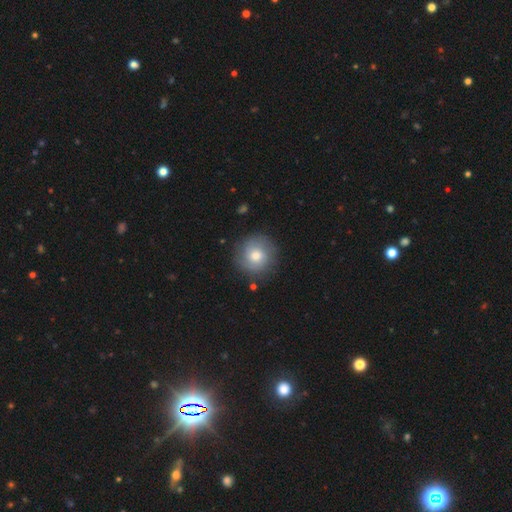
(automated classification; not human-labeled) A smooth galaxy with no disk features (65%) that is round (93%).

Vote fractions:
- Smooth or featured? smooth: 65% / featured or disk: 27% / star or artifact: 9%
- How rounded? round: 93% / in between: 6% / cigar-shaped: 1%
- Merging? none: 83% / minor disturbance: 12% / major disturbance: 4% / merger: 2%